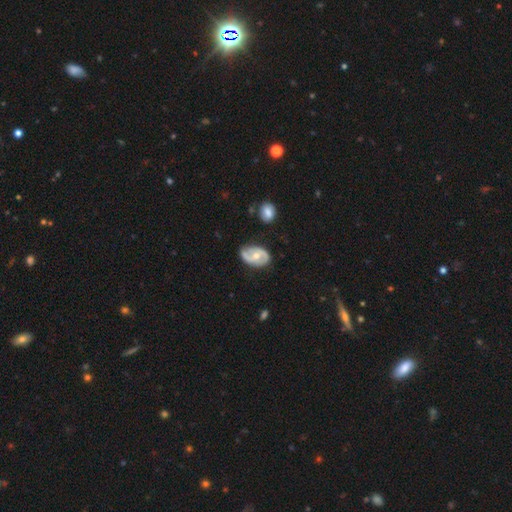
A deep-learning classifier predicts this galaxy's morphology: This is likely a featured or disk galaxy (74%). It is clearly not viewed edge-on (96%). Bar: possibly no (53%). Spiral arm pattern: clearly yes (87%). Spiral arm count: clearly 2 (85%). Spiral winding: marginally medium (44%). Central bulge: likely moderate (64%). Merging: likely none (72%).